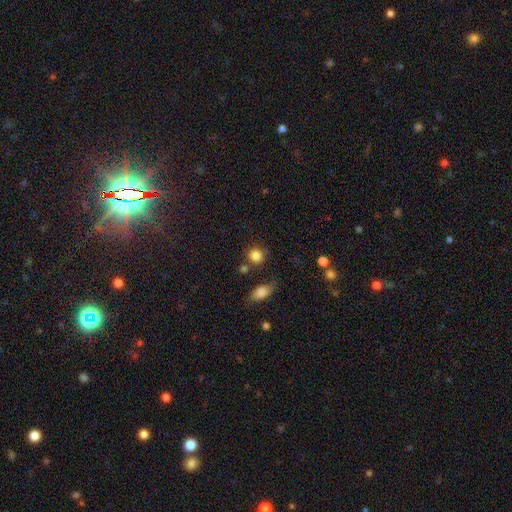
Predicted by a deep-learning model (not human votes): smooth 84%, star or artifact 11%, featured or disk 5%. Down the decision tree: how rounded — round (87%); merging — none (74%).